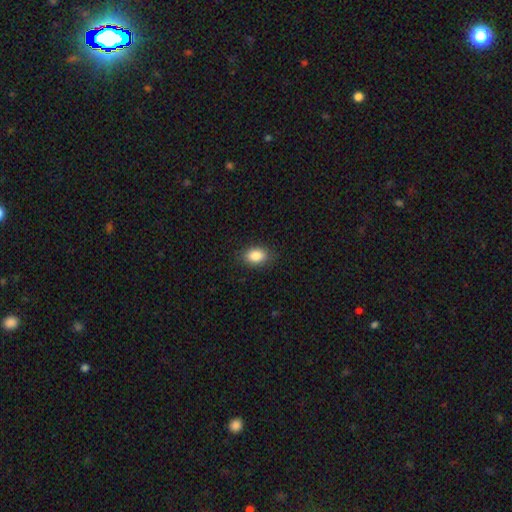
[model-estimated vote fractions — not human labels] Smooth or featured?
  - smooth: 88% *
  - star or artifact: 8%
  - featured or disk: 4%
How rounded?
  - in between: 81% *
  - round: 17%
  - cigar-shaped: 1%
Merging?
  - none: 86% *
  - minor disturbance: 10%
  - major disturbance: 3%
  - merger: 1%